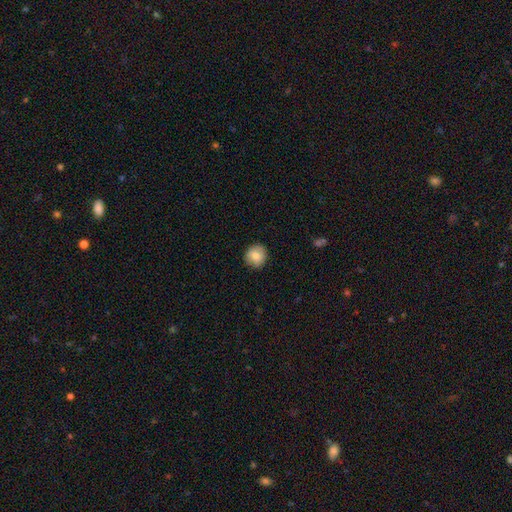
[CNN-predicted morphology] Smooth or featured? smooth (83%)
How rounded? round (88%)
Merging? none (88%)